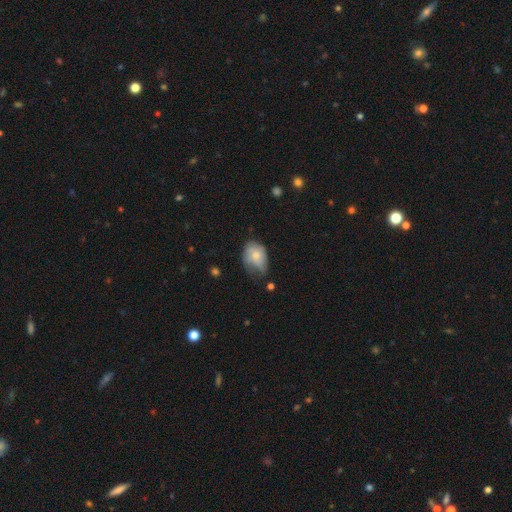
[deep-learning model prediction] smooth-or-featured: smooth: 66% | featured or disk: 26% | star or artifact: 8%
  how-rounded: in between: 76% | round: 23% | cigar-shaped: 1%
  merging: minor disturbance: 43% | none: 32% | major disturbance: 23% | merger: 3%